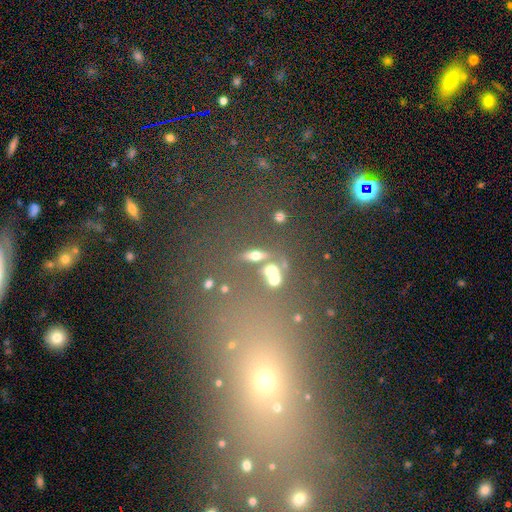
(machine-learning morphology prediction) The model was most divided on "smooth or featured": smooth: 47%, featured or disk: 34%, star or artifact: 19%. More confident: merging — none (68%).